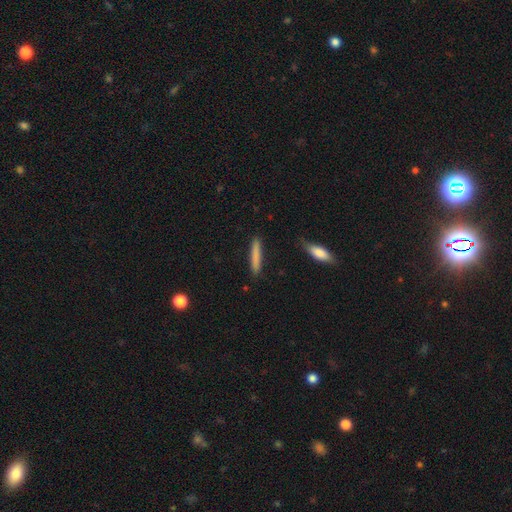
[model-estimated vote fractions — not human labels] Overall: smooth (81%). How rounded: cigar-shaped (92%). Merging: none (87%).